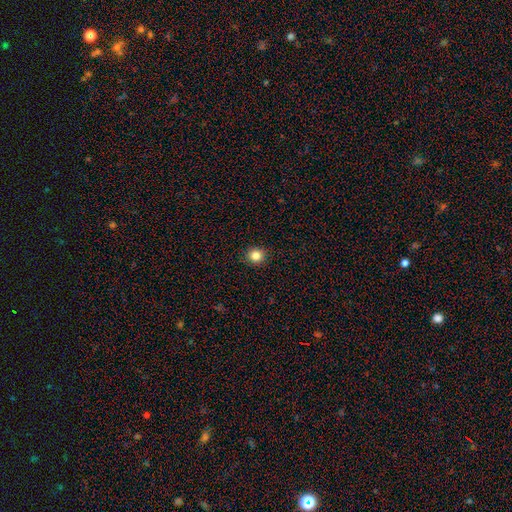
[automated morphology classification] Smooth or featured: smooth — 83% (star or artifact — 12%)
How rounded: round — 90% (in between — 9%)
Merging: none — 92% (minor disturbance — 5%)